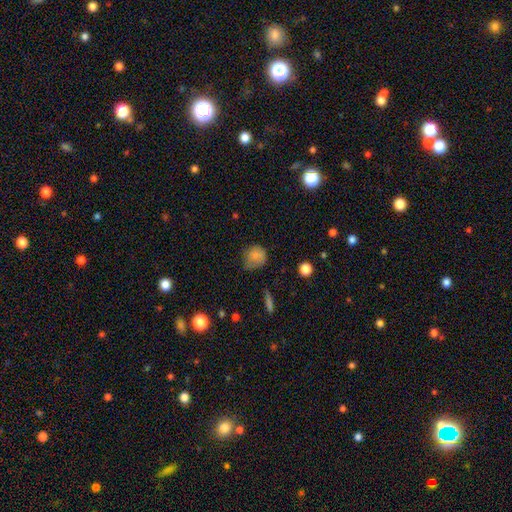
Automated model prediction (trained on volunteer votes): Morphology: type=smooth (80%); roundness=round (77%); merging=none (54%).